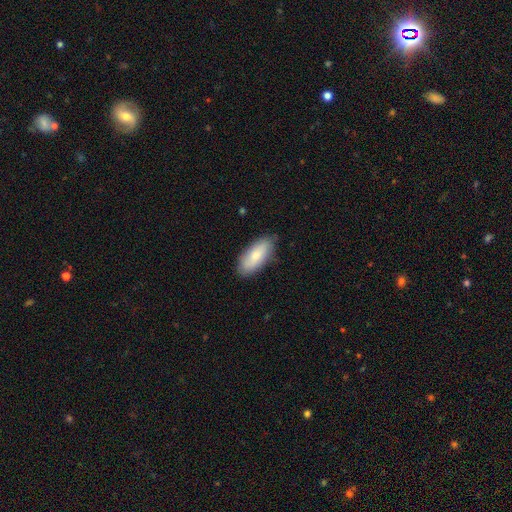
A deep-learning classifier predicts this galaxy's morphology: Smooth or featured? smooth (79%)
How rounded? in between (83%)
Merging? none (81%)